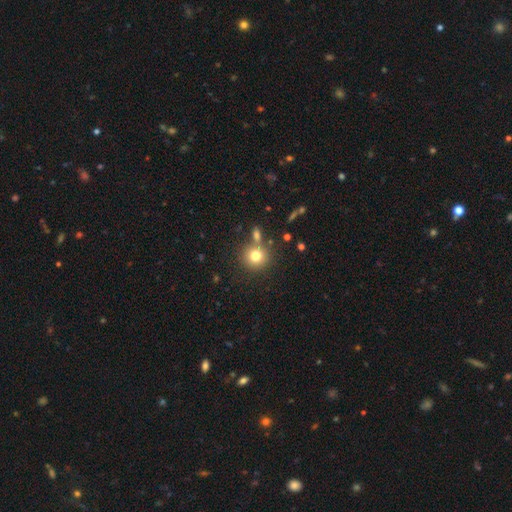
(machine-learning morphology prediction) smooth-or-featured: smooth: 78% | star or artifact: 12% | featured or disk: 10%
  how-rounded: round: 90% | in between: 9% | cigar-shaped: 1%
  merging: none: 72% | merger: 15% | minor disturbance: 9% | major disturbance: 4%